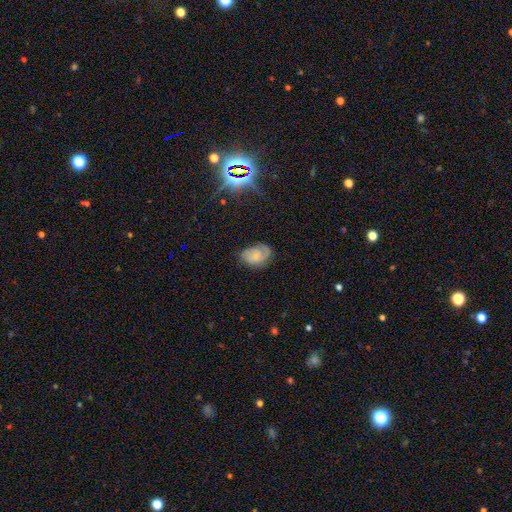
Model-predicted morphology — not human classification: A featured or disk galaxy (49%). Merging: none (62%).